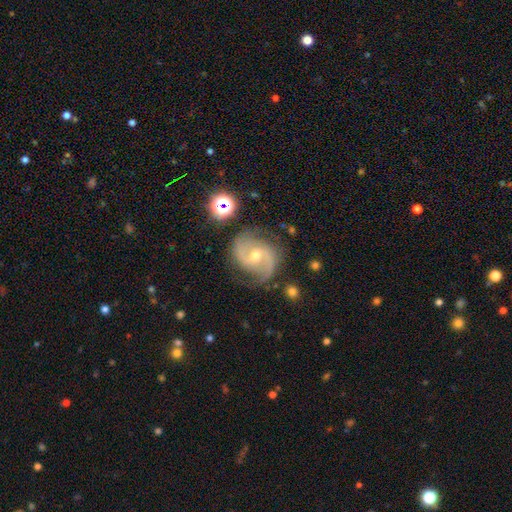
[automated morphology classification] Overall: featured or disk (88%). Edge-on disk: no (98%). Bar: no (50%; weak 39%). Spiral arms: yes (98%). Spiral arm count: 2 (91%). Spiral winding: medium (56%; loose 23%). Bulge size: moderate (56%; small 41%). Merging: none (79%).